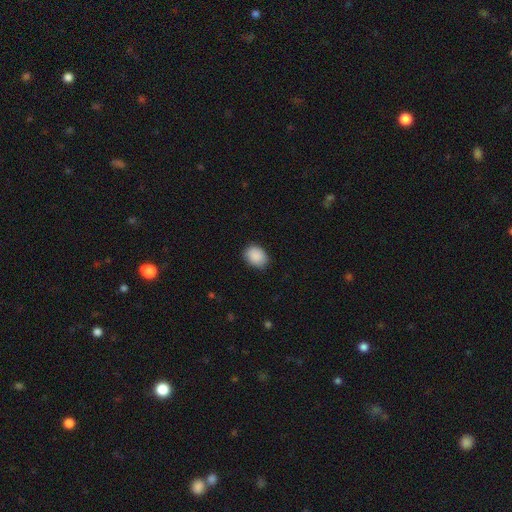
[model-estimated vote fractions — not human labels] A smooth galaxy with no disk features (90%) that is in between round and cigar-shaped (62%). Merging: none (84%).